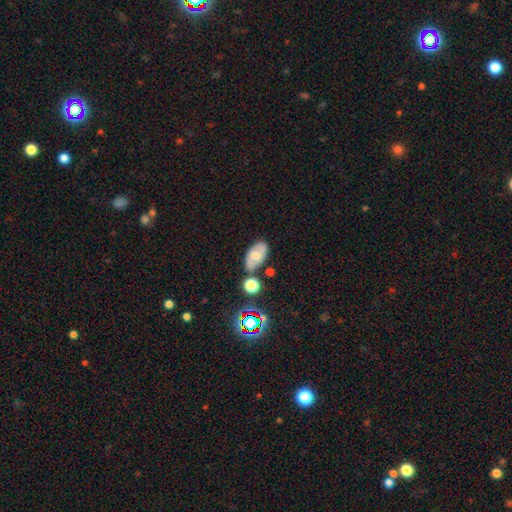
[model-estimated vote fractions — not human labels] smooth 54%, featured or disk 35%, star or artifact 11%. Down the decision tree: how rounded — in between (91%); merging — none (68%).